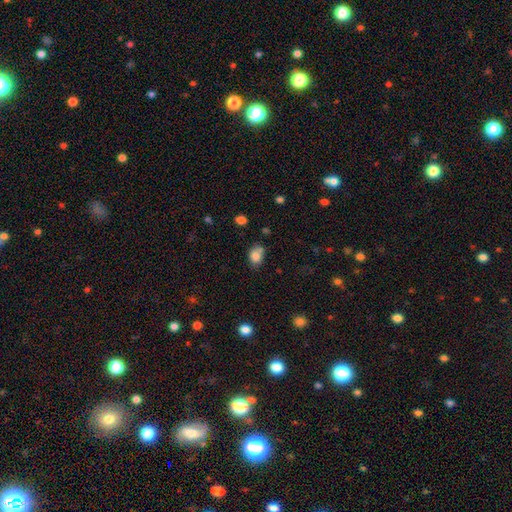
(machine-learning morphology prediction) smooth 81%, star or artifact 10%, featured or disk 9%. Down the decision tree: how rounded — in between (64%); merging — none (53%).